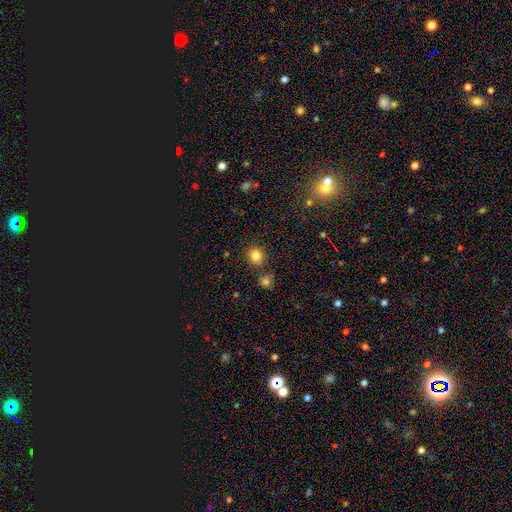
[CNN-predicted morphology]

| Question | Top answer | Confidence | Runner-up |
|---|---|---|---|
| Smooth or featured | smooth | 83% | star or artifact (11%) |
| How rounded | round | 77% | in between (22%) |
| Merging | none | 78% | minor disturbance (10%) |